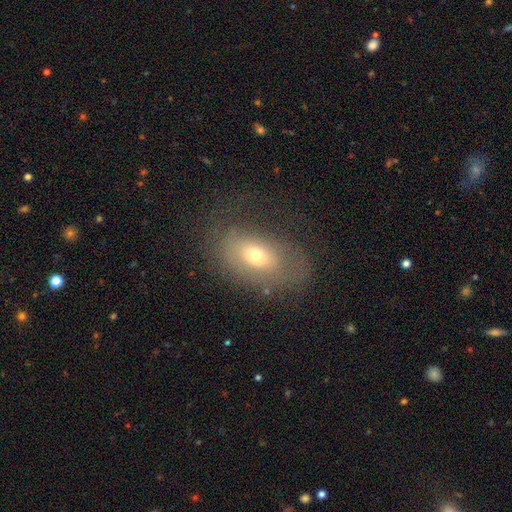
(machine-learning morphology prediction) A smooth galaxy with no disk features (57%) that is in between round and cigar-shaped (83%).

Vote fractions:
- Smooth or featured? smooth: 57% / featured or disk: 32% / star or artifact: 12%
- How rounded? in between: 83% / round: 15% / cigar-shaped: 2%
- Merging? none: 57% / minor disturbance: 21% / major disturbance: 20% / merger: 2%